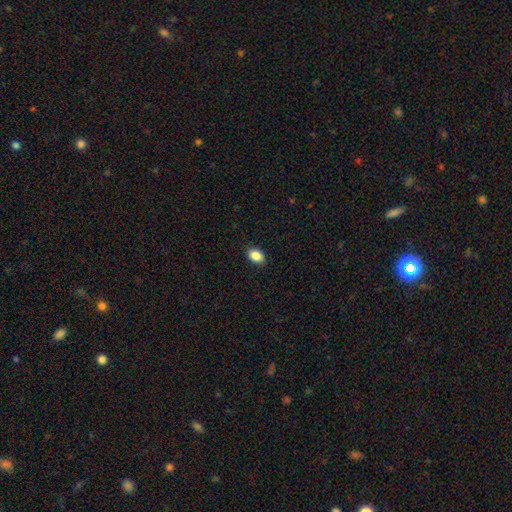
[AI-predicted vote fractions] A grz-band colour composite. It shows a smooth galaxy with no disk features (87%) that is in between round and cigar-shaped (86%). Merging: none (89%).